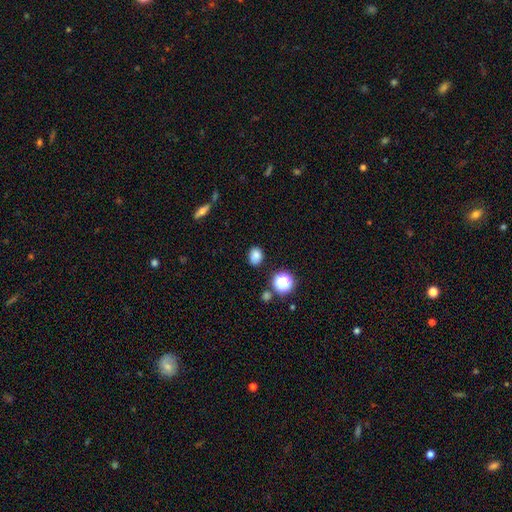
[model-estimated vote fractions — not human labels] Morphology: type=smooth (80%); roundness=in between (56%); merging=none (81%).